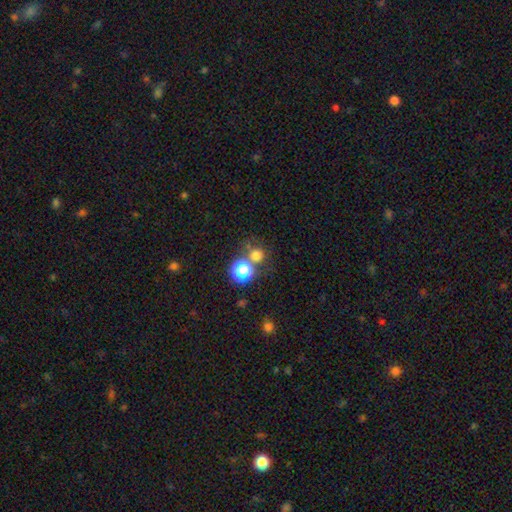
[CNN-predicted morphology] This is likely a smooth galaxy (70%). How rounded: clearly round (89%). Merging: likely none (66%).